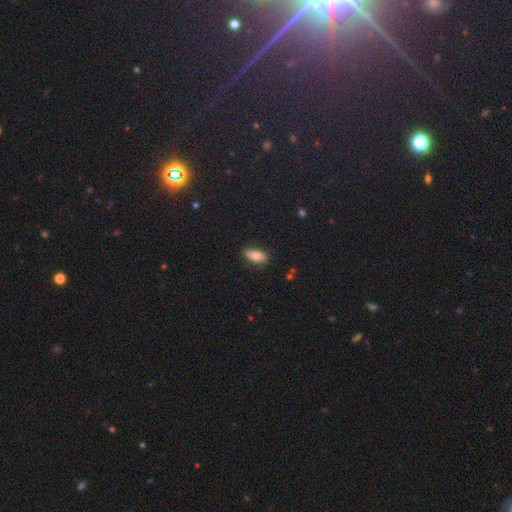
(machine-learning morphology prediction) Smooth or featured? Predicted: smooth (p=0.73). How rounded? Predicted: in between (p=0.84). Merging? Predicted: none (p=0.81).